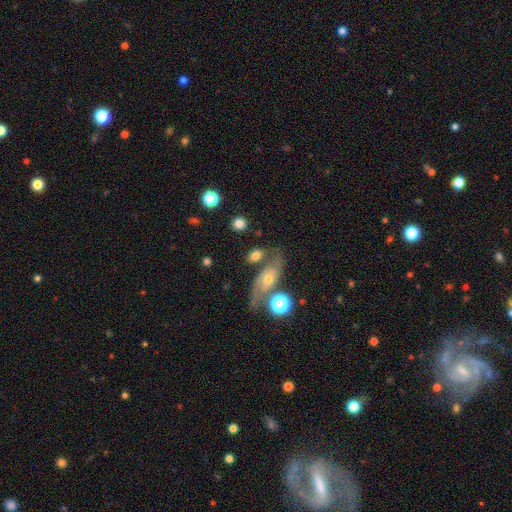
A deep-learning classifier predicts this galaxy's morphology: smooth-or-featured: smooth: 60% | featured or disk: 30% | star or artifact: 10%
  how-rounded: in between: 73% | round: 22% | cigar-shaped: 5%
  merging: none: 53% | merger: 21% | minor disturbance: 16% | major disturbance: 9%